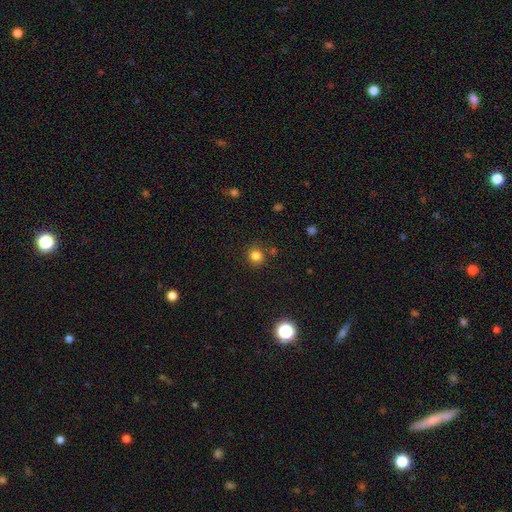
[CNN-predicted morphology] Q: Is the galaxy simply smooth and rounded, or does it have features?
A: smooth — 81%.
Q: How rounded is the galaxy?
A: round — 91%.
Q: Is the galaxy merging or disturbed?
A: none — 85%.